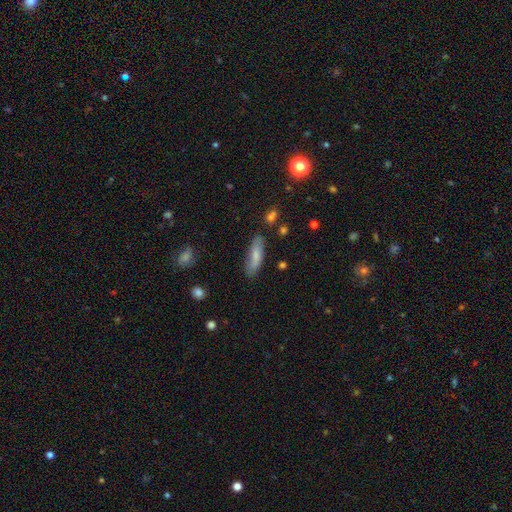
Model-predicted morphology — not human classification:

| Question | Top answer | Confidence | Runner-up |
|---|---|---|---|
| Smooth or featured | smooth | 70% | featured or disk (23%) |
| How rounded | cigar-shaped | 51% | in between (47%) |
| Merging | none | 76% | minor disturbance (17%) |